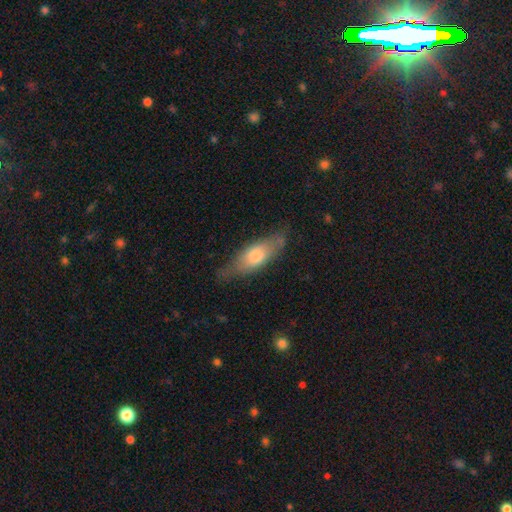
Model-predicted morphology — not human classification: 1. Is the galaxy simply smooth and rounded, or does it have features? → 61% smooth, 33% featured or disk, 6% star or artifact.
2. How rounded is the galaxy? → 57% in between, 40% cigar-shaped, 2% round.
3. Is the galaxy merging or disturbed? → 71% none, 22% minor disturbance, 5% major disturbance, 2% merger.